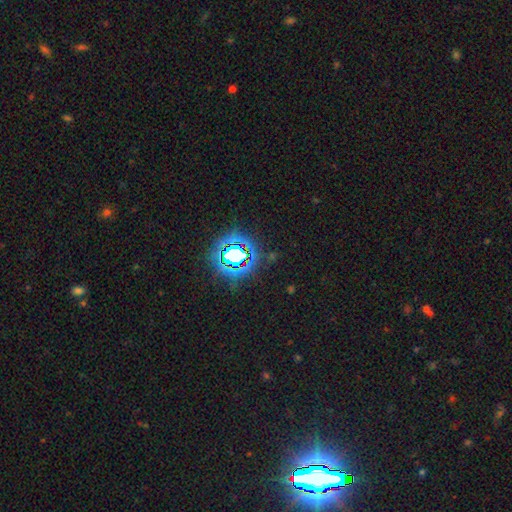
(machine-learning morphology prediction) smooth_or_featured: star or artifact (p=0.82) [alt: smooth p=0.11]